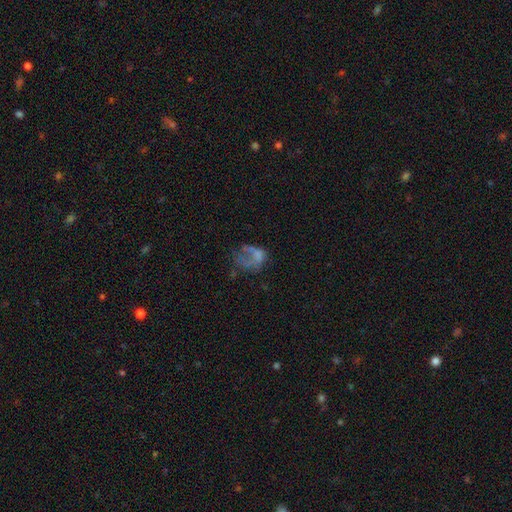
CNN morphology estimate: A smooth galaxy with no disk features (44%). Merging: major disturbance (46%).